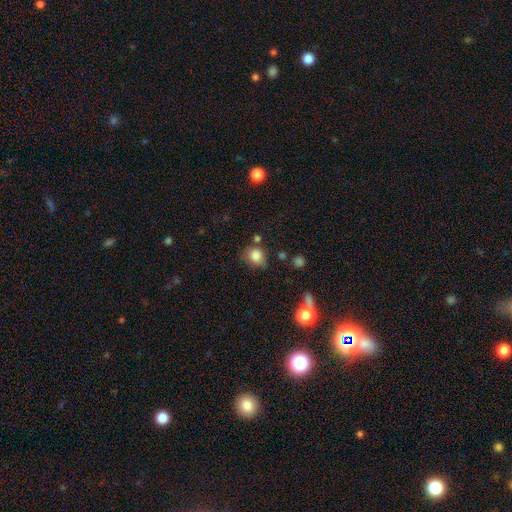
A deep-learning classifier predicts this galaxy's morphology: Smooth or featured?
  - smooth: 82% *
  - star or artifact: 11%
  - featured or disk: 7%
How rounded?
  - round: 67% *
  - in between: 32%
  - cigar-shaped: 1%
Merging?
  - none: 60% *
  - minor disturbance: 24%
  - merger: 8%
  - major disturbance: 8%